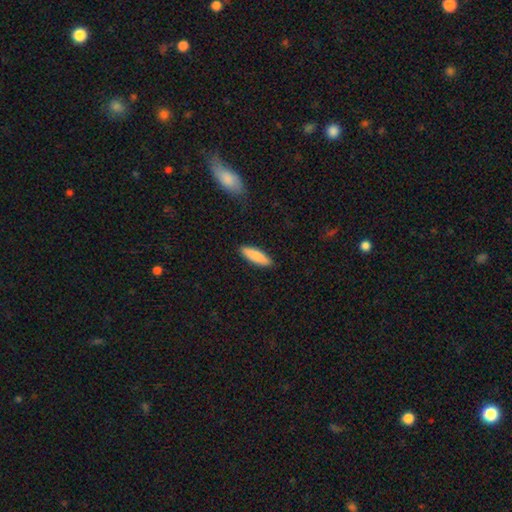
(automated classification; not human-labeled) Smooth or featured? smooth (87%)
How rounded? cigar-shaped (57%)
Merging? none (89%)